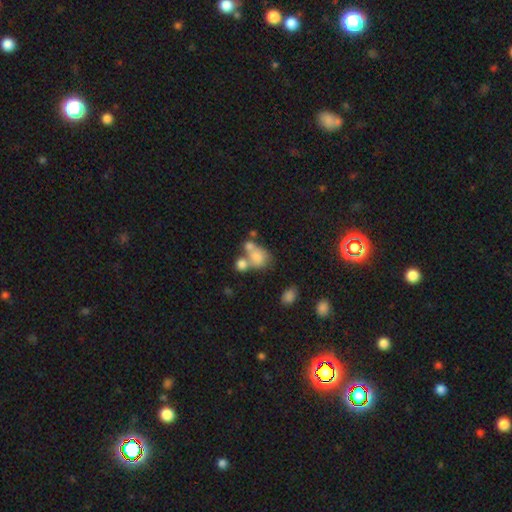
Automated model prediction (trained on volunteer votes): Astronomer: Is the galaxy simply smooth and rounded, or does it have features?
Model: smooth — 68%.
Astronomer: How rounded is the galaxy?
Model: in between — 60% (runner-up: round, 38%).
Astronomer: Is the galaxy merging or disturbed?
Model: merger — 56%.